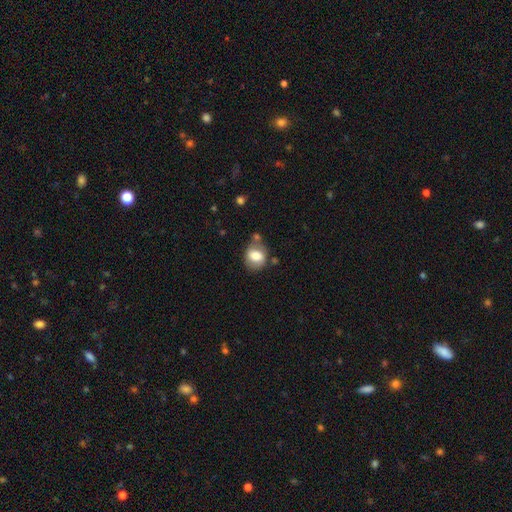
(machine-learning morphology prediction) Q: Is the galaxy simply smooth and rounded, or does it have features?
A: smooth — 72%.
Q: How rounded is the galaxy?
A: round — 54%.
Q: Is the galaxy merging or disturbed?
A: none — 59%.